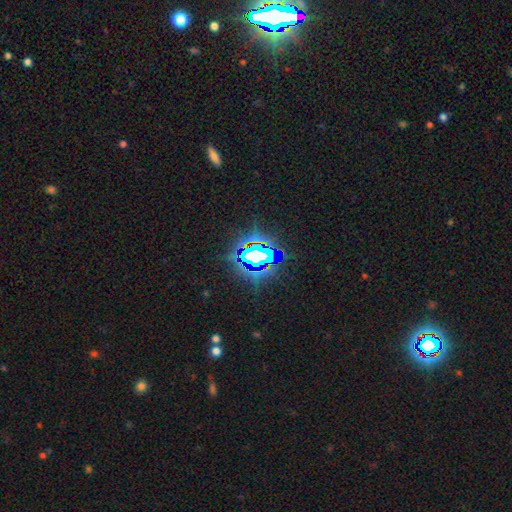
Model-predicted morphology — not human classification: smooth_or_featured: star or artifact (p=0.73) [alt: smooth p=0.14]